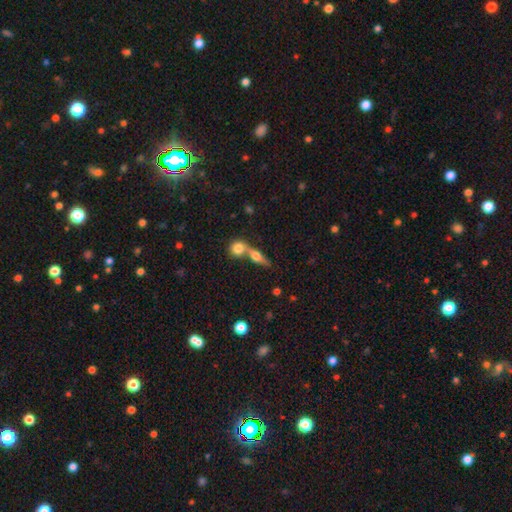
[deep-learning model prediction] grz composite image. It shows a smooth galaxy with no disk features (47%). Merging: none (45%).